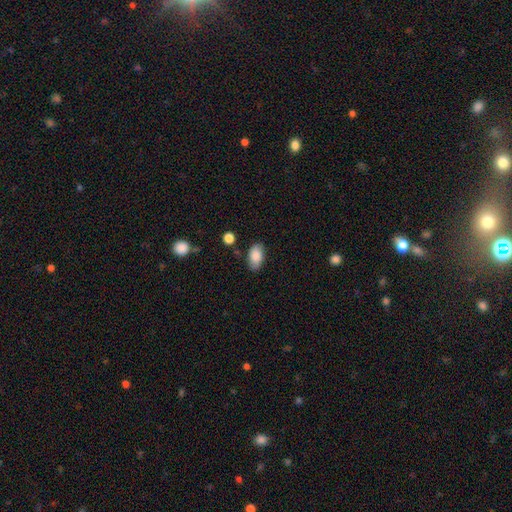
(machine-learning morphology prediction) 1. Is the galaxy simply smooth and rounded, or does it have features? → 85% smooth, 8% featured or disk, 7% star or artifact.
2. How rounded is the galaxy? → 92% in between, 6% round, 2% cigar-shaped.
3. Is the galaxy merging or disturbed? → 80% none, 14% minor disturbance, 3% major disturbance, 2% merger.